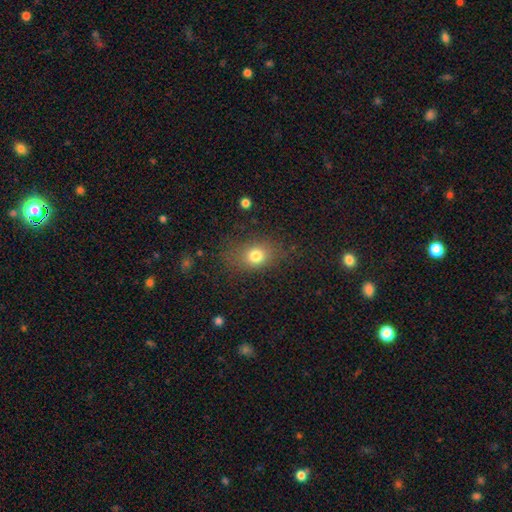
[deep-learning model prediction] The model was most divided on "how rounded": in between: 57%, round: 41%, cigar-shaped: 2%. More confident: smooth or featured — smooth (77%); merging — none (77%).